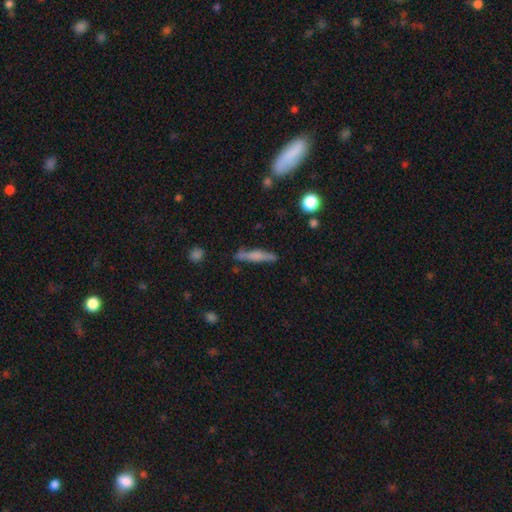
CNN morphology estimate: smooth 53%, featured or disk 39%, star or artifact 8%. Down the decision tree: how rounded — cigar-shaped (89%); merging — none (80%).